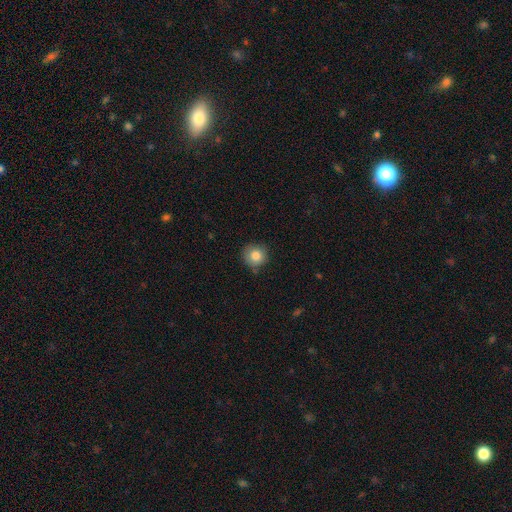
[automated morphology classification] A smooth galaxy with no disk features (82%) that is round (92%). Merging: none (77%).